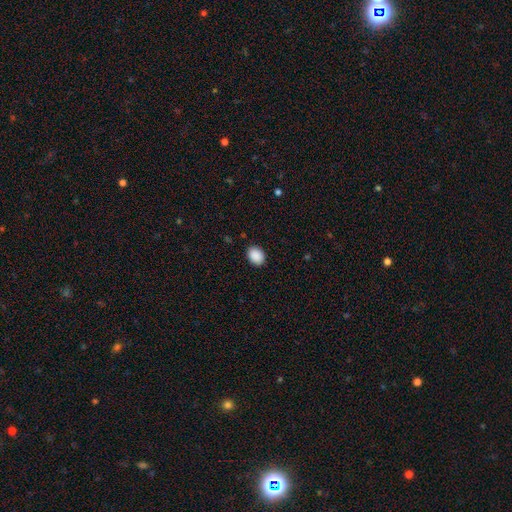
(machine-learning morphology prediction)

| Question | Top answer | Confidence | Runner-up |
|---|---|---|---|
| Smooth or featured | smooth | 90% | star or artifact (8%) |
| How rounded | in between | 61% | round (38%) |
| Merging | none | 89% | minor disturbance (8%) |